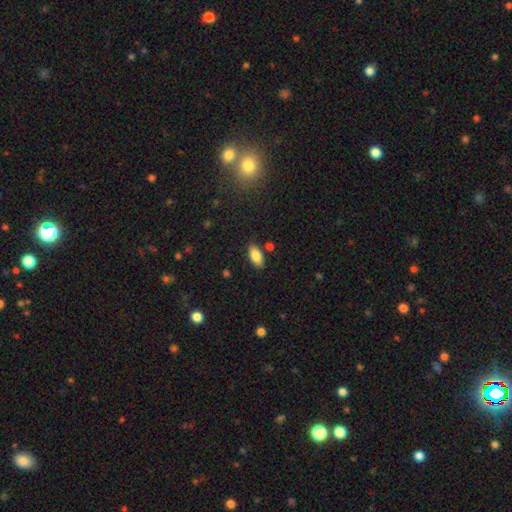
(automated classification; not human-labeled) Morphology: type=smooth (81%); roundness=in between (87%); merging=none (82%).